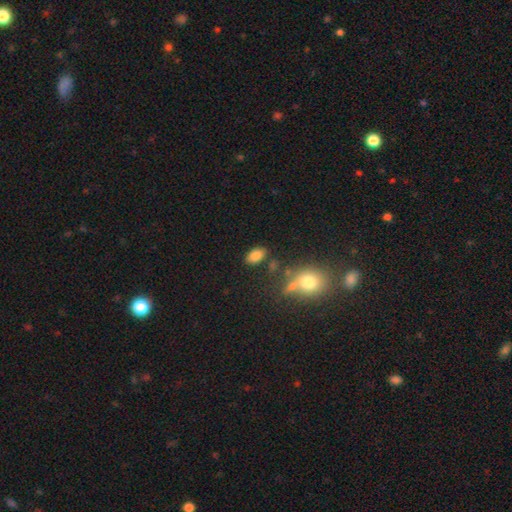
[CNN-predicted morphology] Smooth or featured? smooth (83%)
How rounded? in between (91%)
Merging? none (80%)